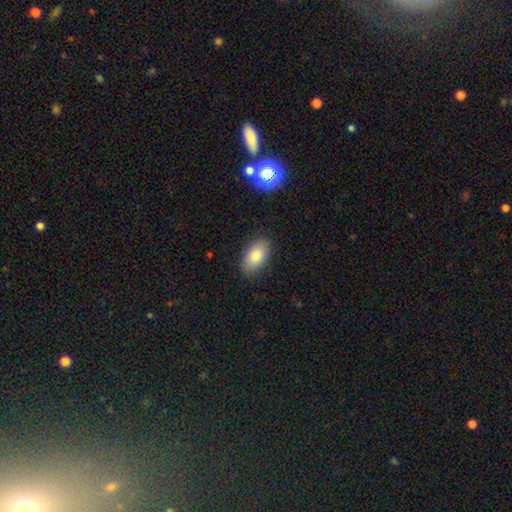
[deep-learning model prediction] This appears to be a smooth galaxy with no disk features (84%) that is in between round and cigar-shaped (93%). Merging: none (86%).